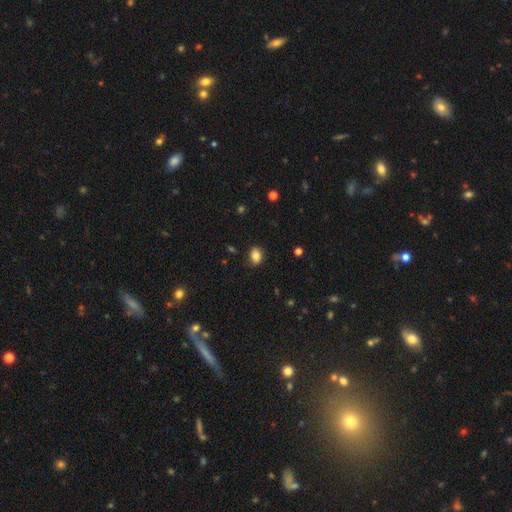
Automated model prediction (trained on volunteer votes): smooth-or-featured: smooth: 84% | star or artifact: 10% | featured or disk: 6%
  how-rounded: in between: 56% | round: 43% | cigar-shaped: 1%
  merging: none: 86% | minor disturbance: 11% | major disturbance: 3% | merger: 1%